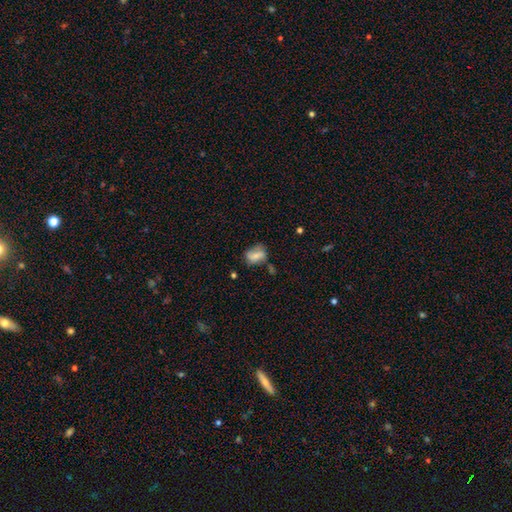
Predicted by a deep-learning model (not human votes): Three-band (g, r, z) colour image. It shows a smooth galaxy with no disk features (57%) that is in between round and cigar-shaped (71%). Merging: none (47%).